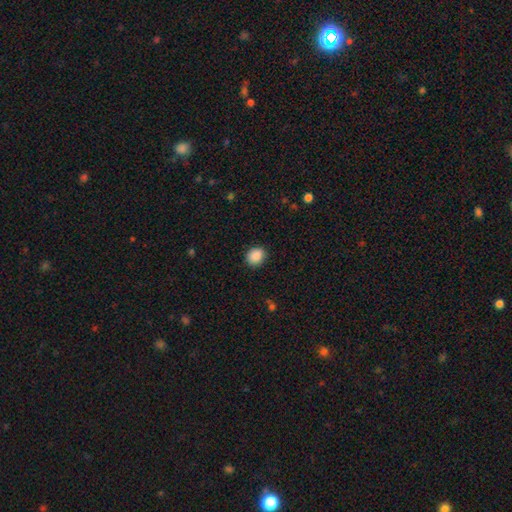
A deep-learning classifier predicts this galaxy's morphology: This is clearly a smooth galaxy (89%). How rounded: likely round (65%). Merging: clearly none (89%).